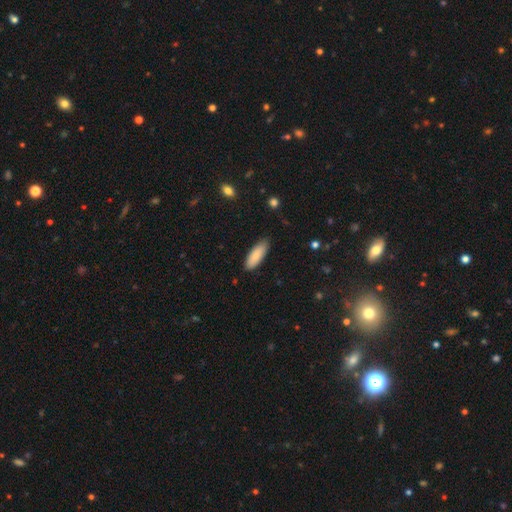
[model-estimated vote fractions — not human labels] Smooth or featured: smooth — 87% (featured or disk — 7%)
How rounded: in between — 63% (cigar-shaped — 36%)
Merging: none — 86% (minor disturbance — 11%)